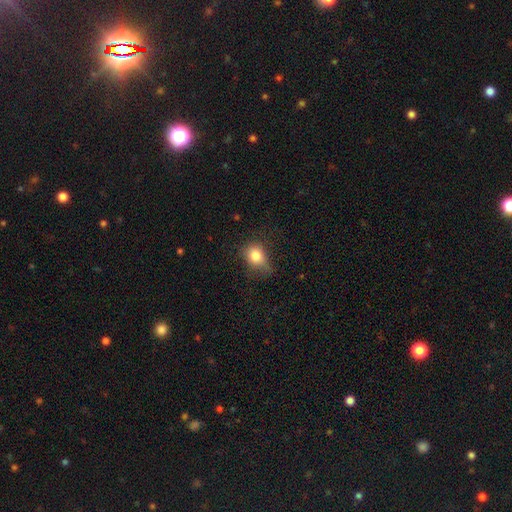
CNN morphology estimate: Q: Smooth or featured?
A: smooth (80%); runner-up: star or artifact (11%)
Q: How rounded?
A: round (53%); runner-up: in between (45%)
Q: Merging?
A: none (50%); runner-up: minor disturbance (34%)